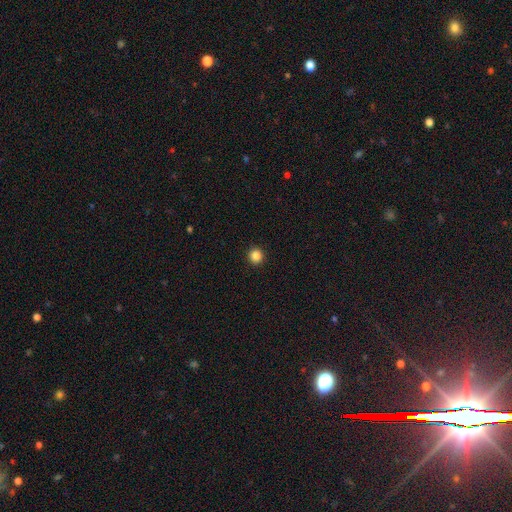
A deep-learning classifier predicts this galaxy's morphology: Smooth or featured? Predicted: smooth (p=0.86). How rounded? Predicted: round (p=0.94). Merging? Predicted: none (p=0.93).